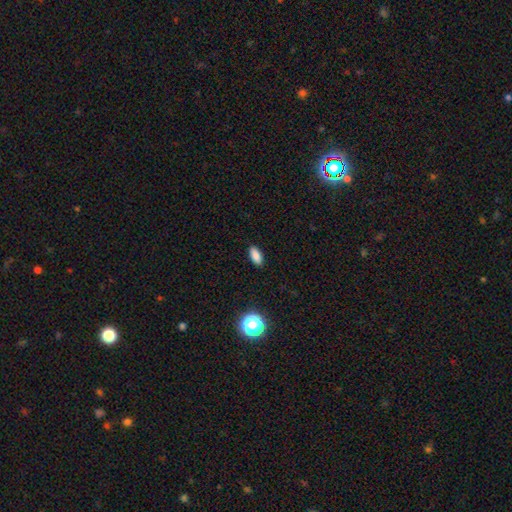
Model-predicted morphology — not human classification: smooth 85%, star or artifact 10%, featured or disk 5%. Down the decision tree: how rounded — in between (85%); merging — none (89%).